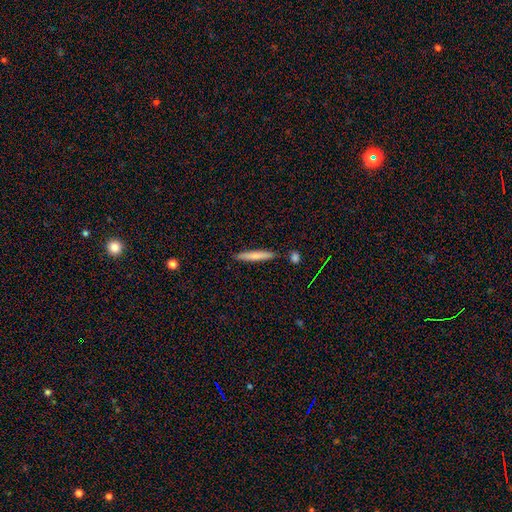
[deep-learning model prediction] This appears to be a smooth galaxy with no disk features (72%) that is cigar-shaped (94%). Merging: none (86%).